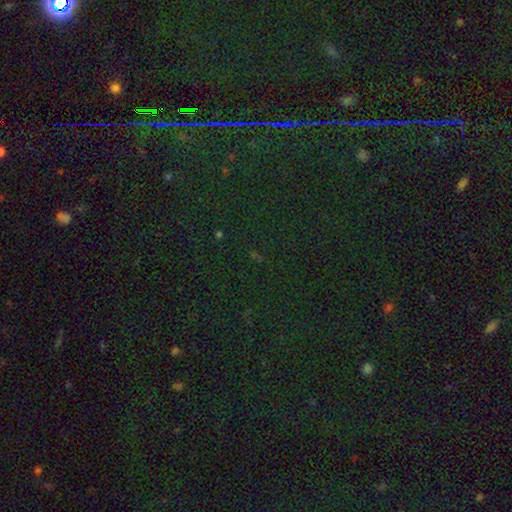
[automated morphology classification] A star or artifact, not a galaxy (83%).

Vote fractions:
- Smooth or featured? star or artifact: 83% / smooth: 11% / featured or disk: 7%